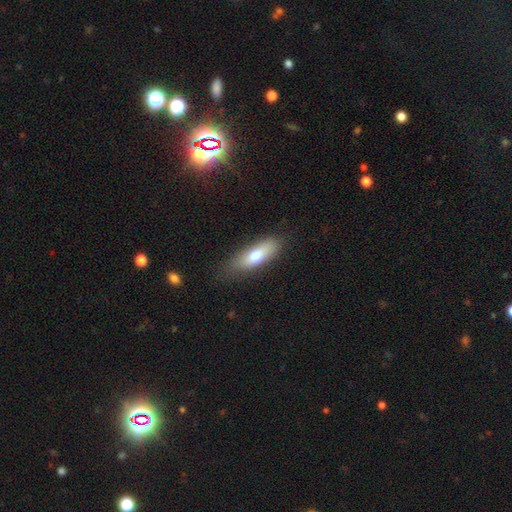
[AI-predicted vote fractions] smooth_or_featured: smooth (p=0.70) [alt: featured or disk p=0.24]
how_rounded: in between (p=0.56) [alt: cigar-shaped p=0.41]
merging: none (p=0.76) [alt: minor disturbance p=0.18]